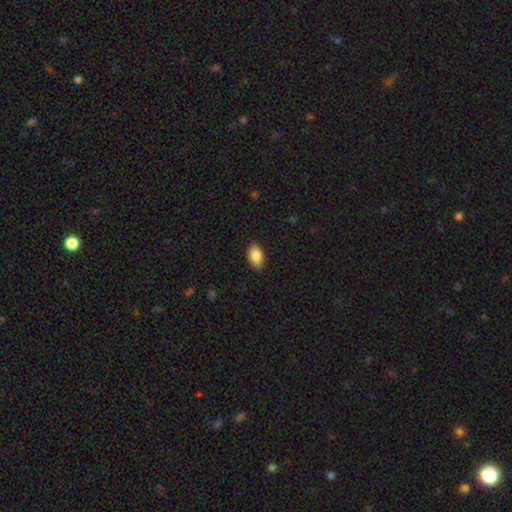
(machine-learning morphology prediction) Smooth or featured? smooth (89%)
How rounded? in between (93%)
Merging? none (88%)